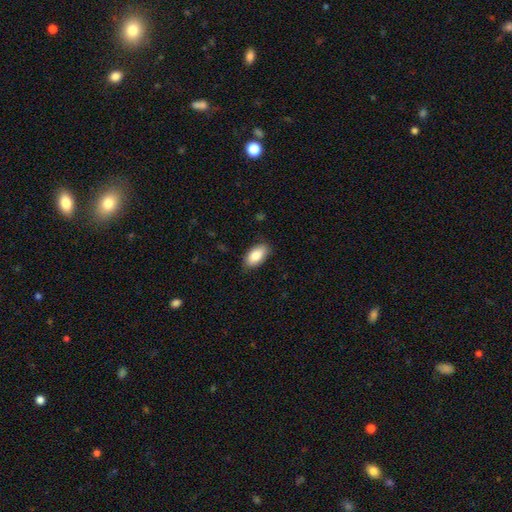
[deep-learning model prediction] The model was most divided on "merging": none: 85%, minor disturbance: 12%, major disturbance: 2%, merger: 1%. More confident: how rounded — in between (94%); smooth or featured — smooth (86%).